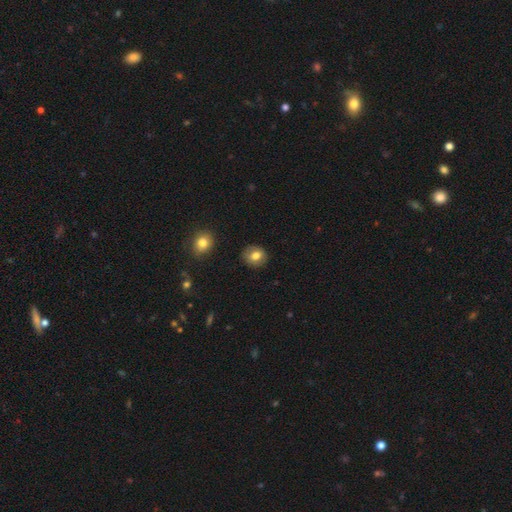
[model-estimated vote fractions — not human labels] This appears to be a smooth galaxy with no disk features (78%) that is round (80%). Merging: none (89%).